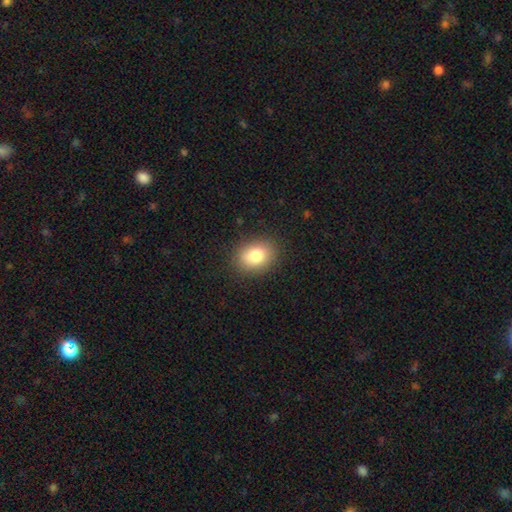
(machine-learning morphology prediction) type=smooth (81%); roundness=in between (60%); merging=none (87%).